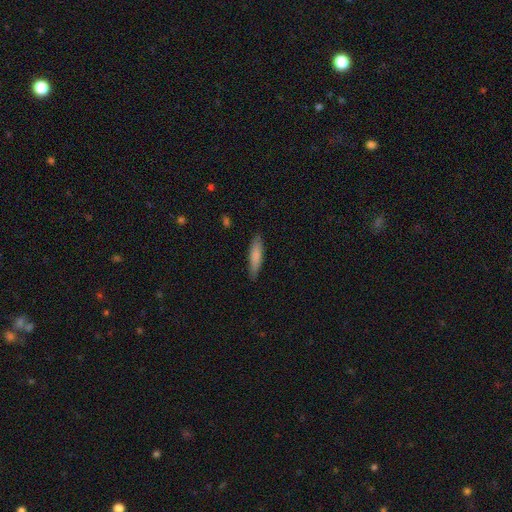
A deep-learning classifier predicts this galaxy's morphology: This is clearly a smooth galaxy (82%). How rounded: likely cigar-shaped (73%). Merging: clearly none (85%).